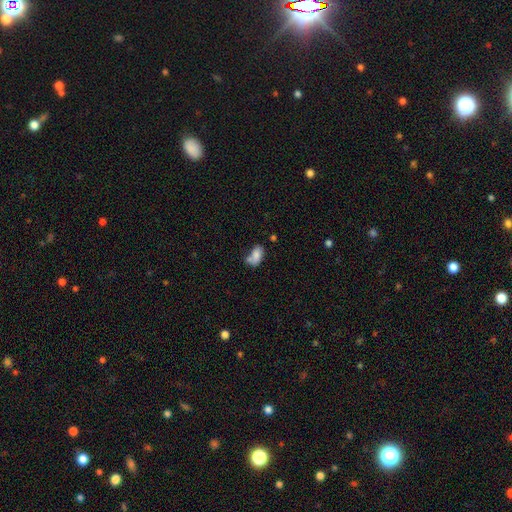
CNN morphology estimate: smooth 77%, featured or disk 14%, star or artifact 9%. Down the decision tree: how rounded — in between (90%); merging — merger (36%).